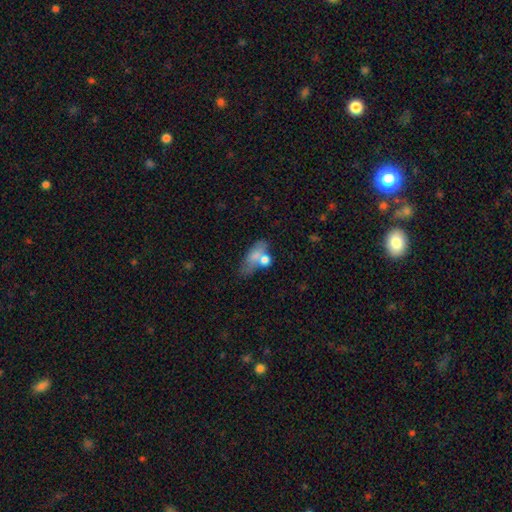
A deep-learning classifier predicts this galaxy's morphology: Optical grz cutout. It shows a smooth galaxy with no disk features (66%) that is in between round and cigar-shaped (76%). Merging: merger (38%).